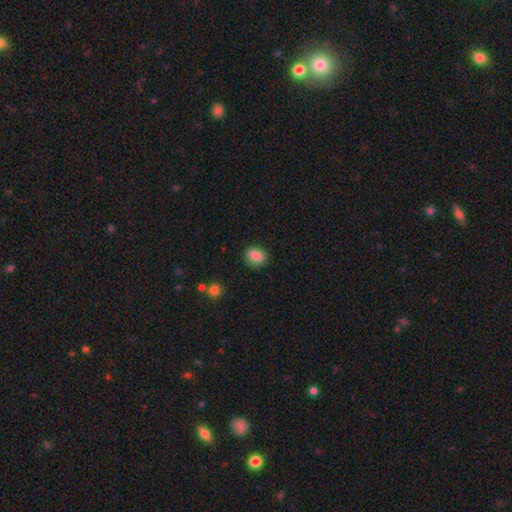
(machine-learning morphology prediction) This appears to be a smooth galaxy with no disk features (86%) that is in between round and cigar-shaped (58%). Merging: none (86%).